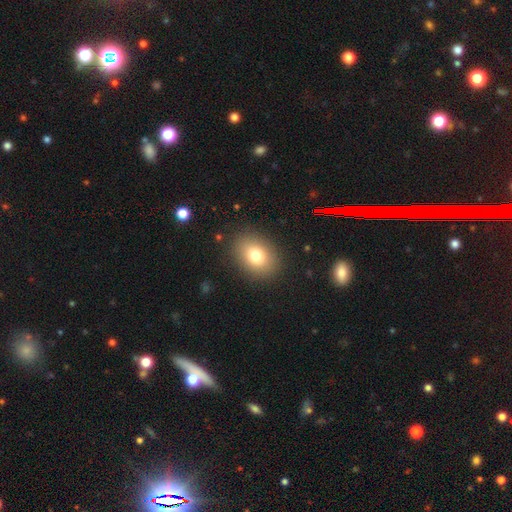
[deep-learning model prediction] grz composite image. It shows a smooth galaxy with no disk features (79%) that is in between round and cigar-shaped (67%). Merging: none (87%).